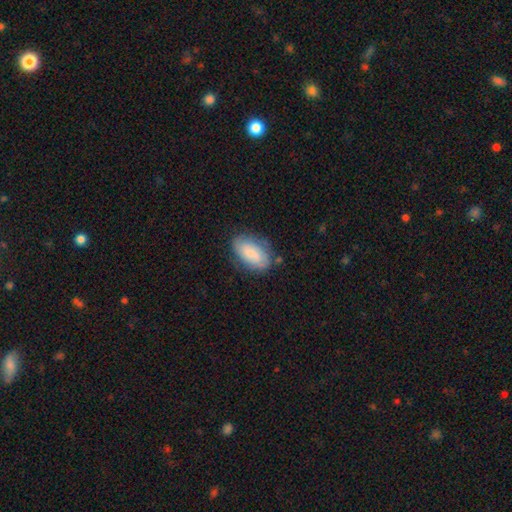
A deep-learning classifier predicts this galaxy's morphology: Smooth or featured?
  - smooth: 62% *
  - featured or disk: 31%
  - star or artifact: 7%
How rounded?
  - in between: 93% *
  - round: 5%
  - cigar-shaped: 3%
Merging?
  - none: 74% *
  - minor disturbance: 19%
  - major disturbance: 5%
  - merger: 2%